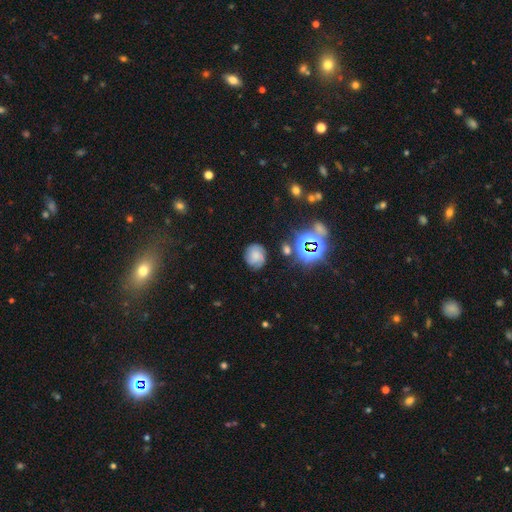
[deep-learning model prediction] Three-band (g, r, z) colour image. It shows a featured or disk galaxy (47%). Merging: none (73%).